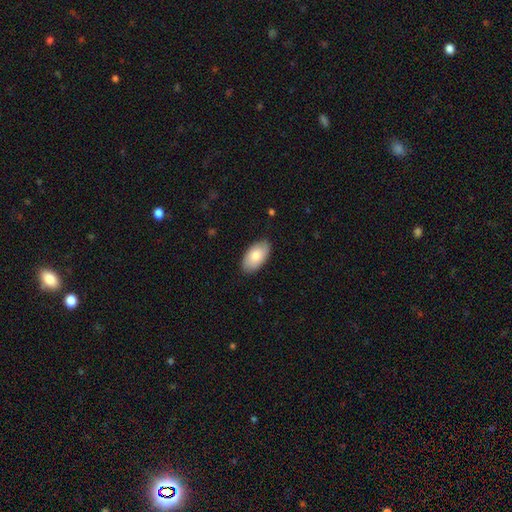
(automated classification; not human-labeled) A smooth galaxy with no disk features (79%) that is in between round and cigar-shaped (95%).

Vote fractions:
- Smooth or featured? smooth: 79% / featured or disk: 15% / star or artifact: 6%
- How rounded? in between: 95% / round: 3% / cigar-shaped: 2%
- Merging? none: 85% / minor disturbance: 11% / major disturbance: 2% / merger: 1%